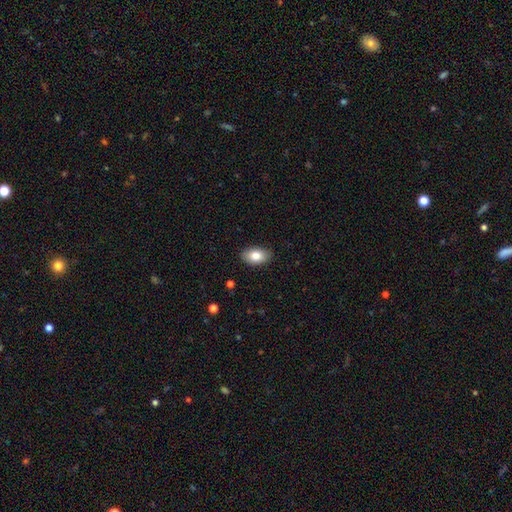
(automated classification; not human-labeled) smooth 83%, featured or disk 10%, star or artifact 7%. Down the decision tree: how rounded — in between (91%); merging — none (88%).